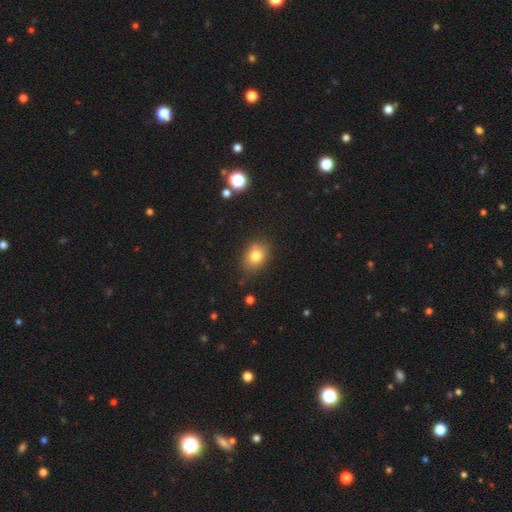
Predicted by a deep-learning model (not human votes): Overall: smooth (81%). How rounded: in between (64%; round 35%). Merging: none (79%).